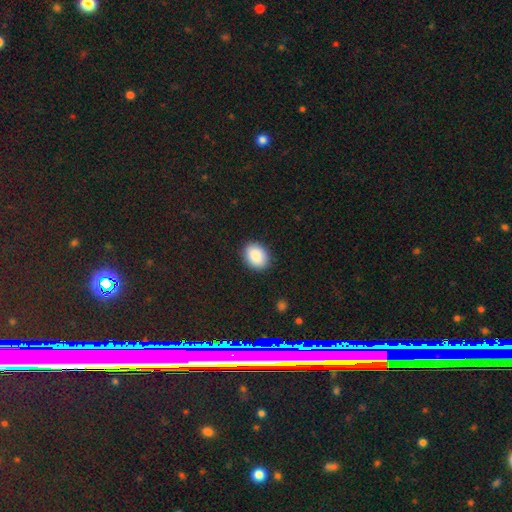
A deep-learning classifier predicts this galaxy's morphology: Q: Smooth or featured?
A: smooth (88%); runner-up: star or artifact (7%)
Q: How rounded?
A: in between (61%); runner-up: round (38%)
Q: Merging?
A: none (89%); runner-up: minor disturbance (8%)